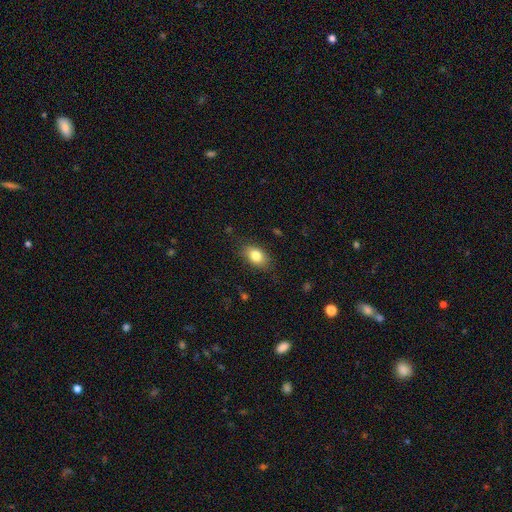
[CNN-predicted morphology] A smooth galaxy with no disk features (82%) that is in between round and cigar-shaped (83%).

Vote fractions:
- Smooth or featured? smooth: 82% / featured or disk: 10% / star or artifact: 8%
- How rounded? in between: 83% / round: 15% / cigar-shaped: 2%
- Merging? none: 81% / minor disturbance: 14% / major disturbance: 3% / merger: 1%